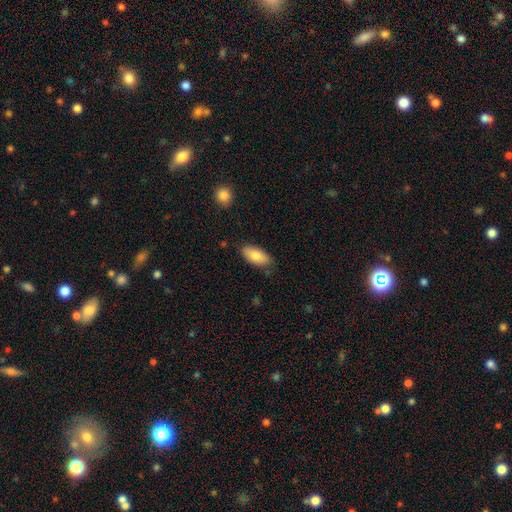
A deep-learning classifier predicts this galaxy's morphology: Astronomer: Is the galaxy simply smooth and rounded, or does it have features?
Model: smooth — 83%.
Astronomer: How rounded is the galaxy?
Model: in between — 91%.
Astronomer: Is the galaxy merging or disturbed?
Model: none — 81%.